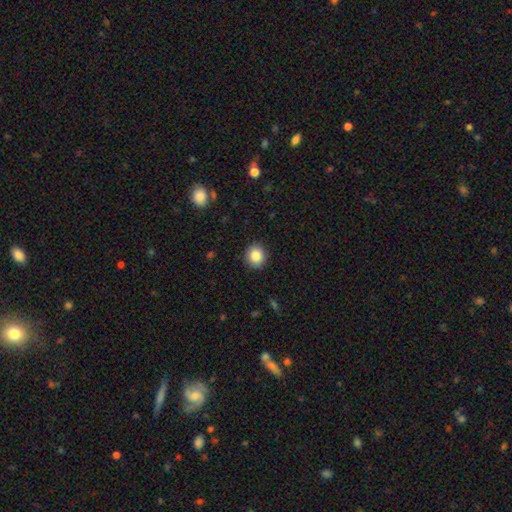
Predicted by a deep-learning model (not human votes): This is clearly a smooth galaxy (86%). How rounded: clearly round (81%). Merging: clearly none (91%).